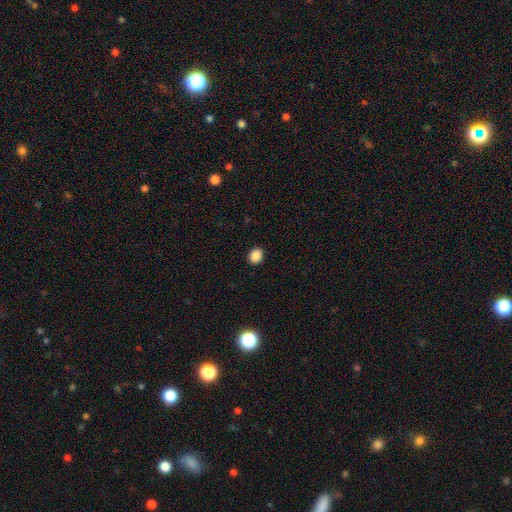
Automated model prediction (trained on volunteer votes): Smooth or featured? Predicted: smooth (p=0.88). How rounded? Predicted: round (p=0.60). Merging? Predicted: none (p=0.91).